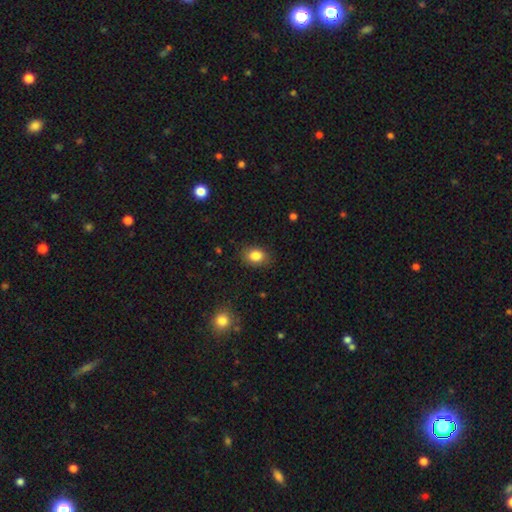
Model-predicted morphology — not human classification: Overall: smooth (85%). How rounded: in between (72%). Merging: none (84%).